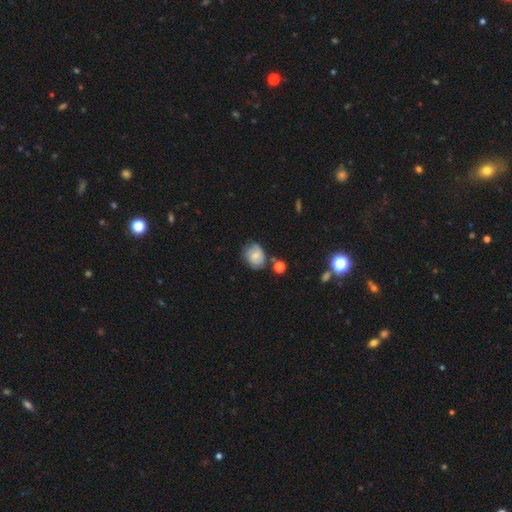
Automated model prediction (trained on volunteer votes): Morphology: type=smooth (55%); roundness=in between (57%); merging=none (64%).